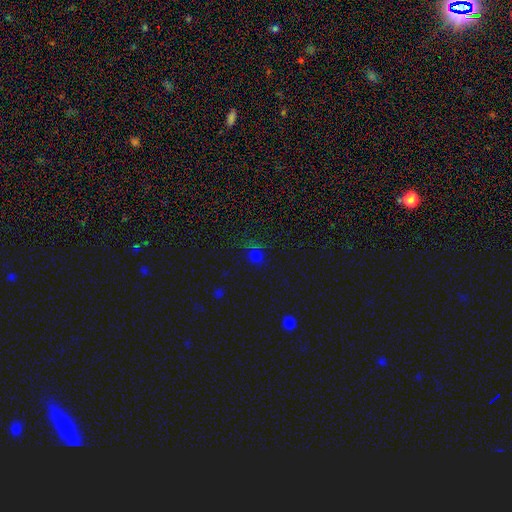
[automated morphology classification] type=smooth (51%); roundness=round (78%); merging=none (71%).